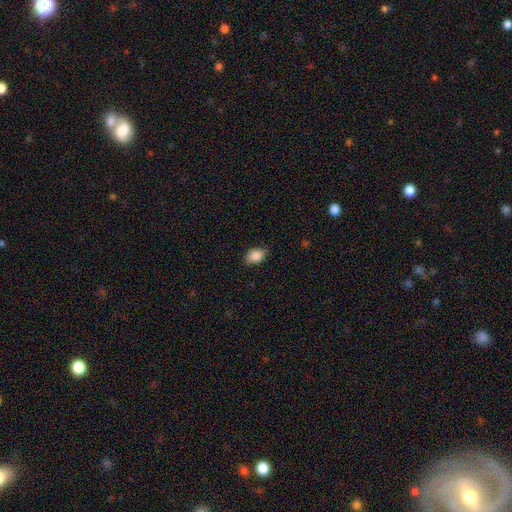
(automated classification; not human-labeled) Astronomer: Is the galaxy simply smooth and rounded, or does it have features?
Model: smooth — 88%.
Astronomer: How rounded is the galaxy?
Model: in between — 78%.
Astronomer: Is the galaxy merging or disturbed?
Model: none — 79%.